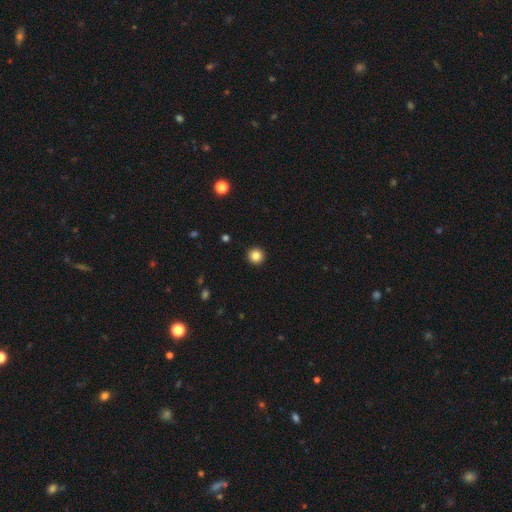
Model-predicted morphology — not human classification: A smooth galaxy with no disk features (84%) that is round (96%).

Vote fractions:
- Smooth or featured? smooth: 84% / star or artifact: 11% / featured or disk: 5%
- How rounded? round: 96% / in between: 3% / cigar-shaped: 1%
- Merging? none: 94% / minor disturbance: 4% / major disturbance: 1% / merger: 1%